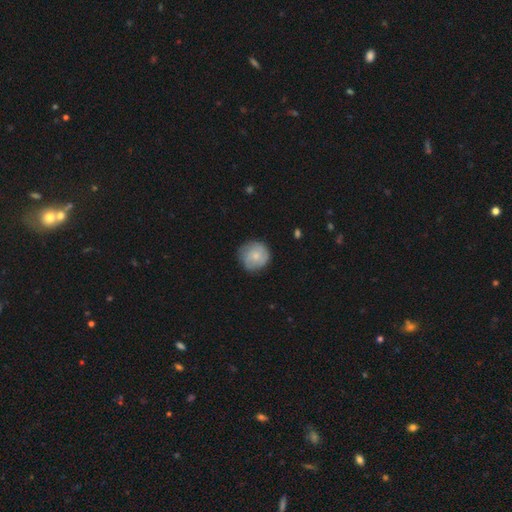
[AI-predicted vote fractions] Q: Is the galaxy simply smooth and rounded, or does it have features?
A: smooth — 59%.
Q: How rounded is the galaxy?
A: round — 92%.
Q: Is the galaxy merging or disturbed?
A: none — 76%.